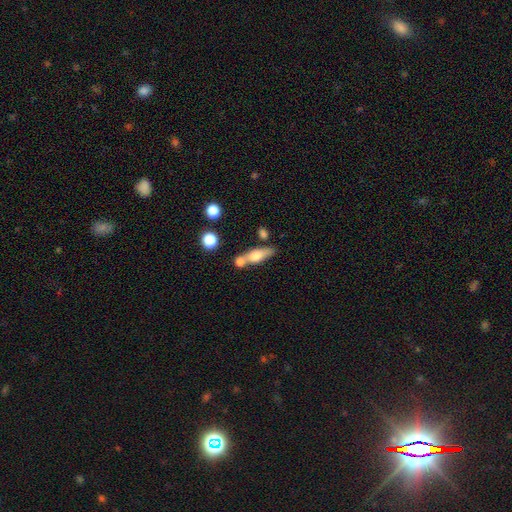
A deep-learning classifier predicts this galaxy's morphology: smooth_or_featured: smooth (p=0.62) [alt: featured or disk p=0.31]
how_rounded: in between (p=0.48) [alt: cigar-shaped p=0.45]
merging: none (p=0.51) [alt: merger p=0.30]